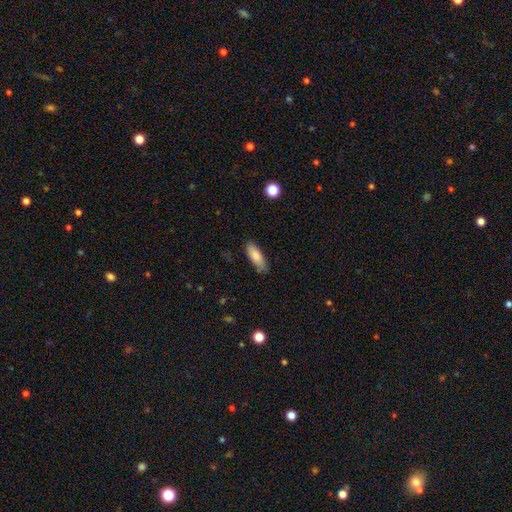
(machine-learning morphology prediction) This appears to be a smooth galaxy with no disk features (83%) that is in between round and cigar-shaped (60%). Merging: none (80%).